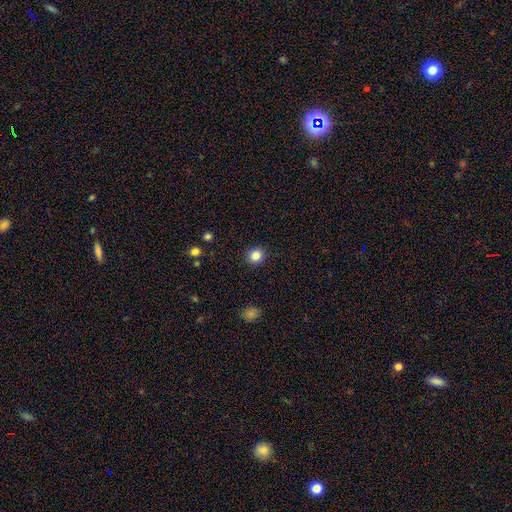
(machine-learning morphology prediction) Q: Smooth or featured?
A: smooth (84%); runner-up: star or artifact (11%)
Q: How rounded?
A: round (91%); runner-up: in between (8%)
Q: Merging?
A: none (92%); runner-up: minor disturbance (5%)